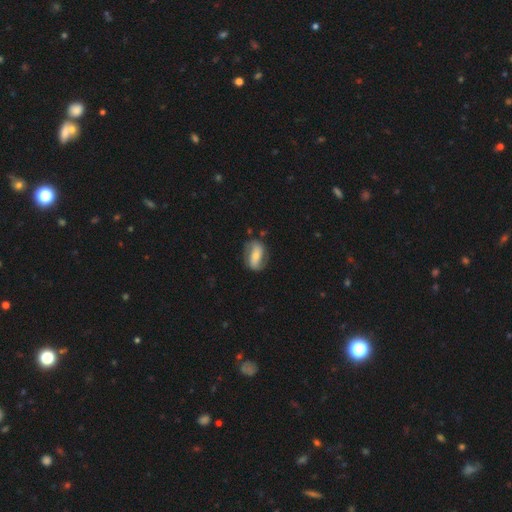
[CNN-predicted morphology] featured or disk 59%, smooth 35%, star or artifact 6%. Down the decision tree: edge-on disk — no (93%); bar — strong (44%); spiral arms — yes (79%); bulge size — small (44%); merging — none (71%).